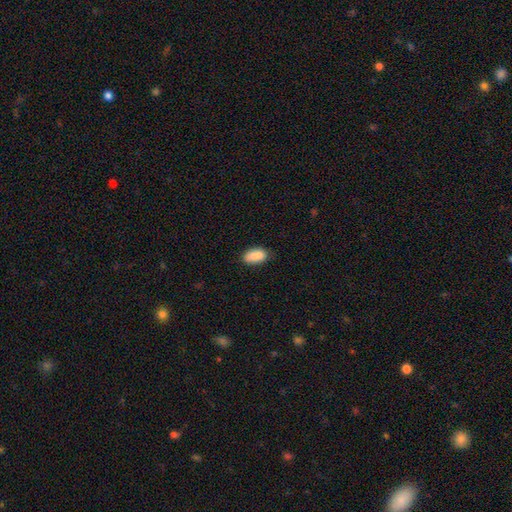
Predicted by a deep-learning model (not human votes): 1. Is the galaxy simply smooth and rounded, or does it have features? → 85% smooth, 7% featured or disk, 7% star or artifact.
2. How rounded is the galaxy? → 92% in between, 5% round, 4% cigar-shaped.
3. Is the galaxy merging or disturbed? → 70% none, 20% minor disturbance, 7% merger, 4% major disturbance.